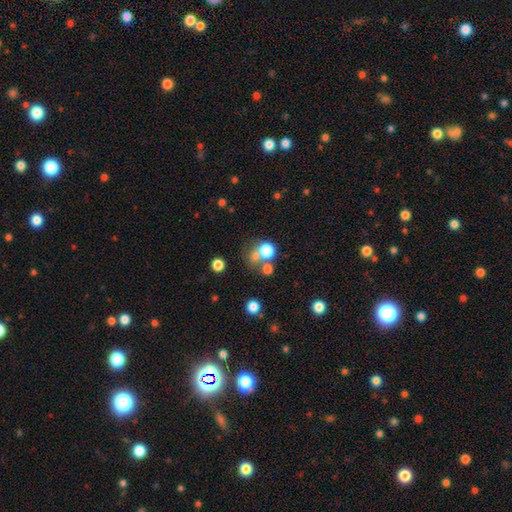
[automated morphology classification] Smooth or featured?
  - smooth: 70% *
  - star or artifact: 19%
  - featured or disk: 11%
How rounded?
  - round: 84% *
  - in between: 15%
  - cigar-shaped: 1%
Merging?
  - none: 48% *
  - merger: 37%
  - minor disturbance: 8%
  - major disturbance: 6%